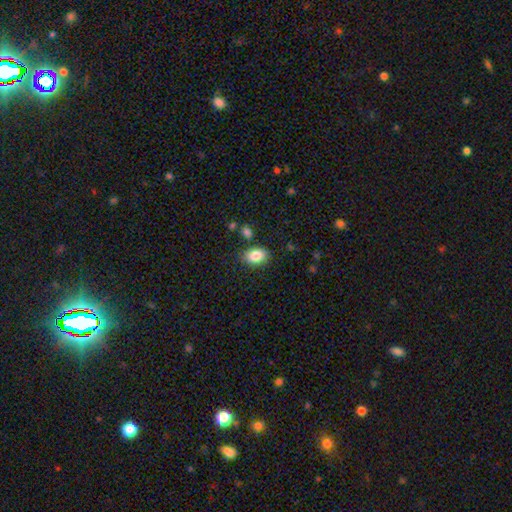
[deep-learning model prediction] Smooth or featured? smooth (86%)
How rounded? in between (84%)
Merging? none (81%)